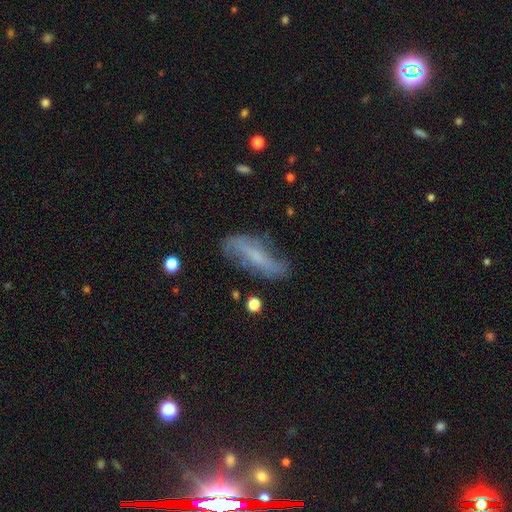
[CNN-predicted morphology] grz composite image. It shows a featured or disk galaxy (53%). Merging: none (63%).